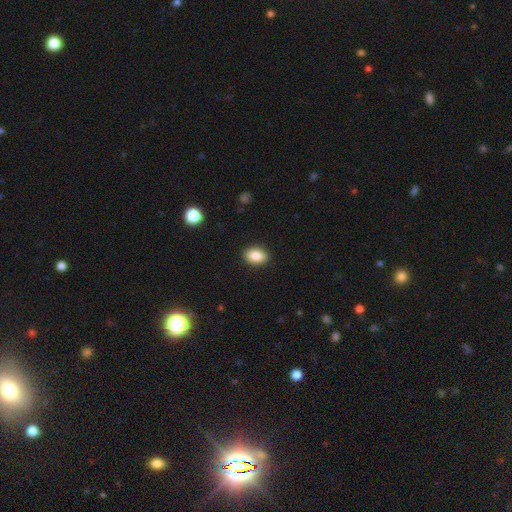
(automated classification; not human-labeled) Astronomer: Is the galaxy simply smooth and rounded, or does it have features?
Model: smooth — 87%.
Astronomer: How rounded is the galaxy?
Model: in between — 83%.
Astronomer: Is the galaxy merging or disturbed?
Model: none — 90%.